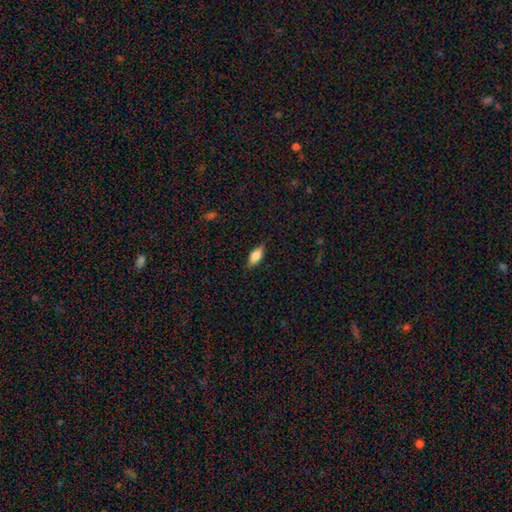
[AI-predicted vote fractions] Smooth or featured?
  - smooth: 75% *
  - featured or disk: 17%
  - star or artifact: 7%
How rounded?
  - in between: 81% *
  - cigar-shaped: 15%
  - round: 3%
Merging?
  - none: 85% *
  - minor disturbance: 12%
  - major disturbance: 2%
  - merger: 1%